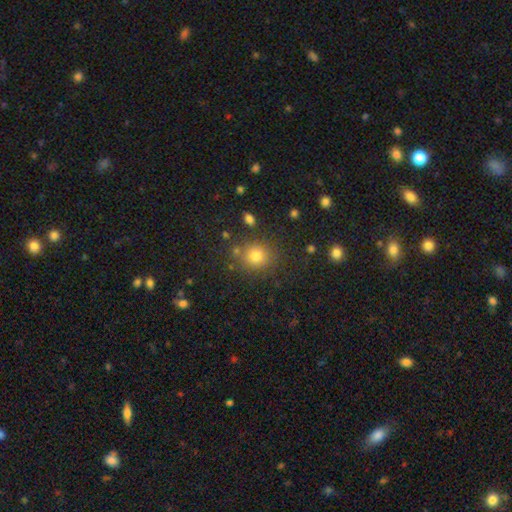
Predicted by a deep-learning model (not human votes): The model was most divided on "smooth or featured": smooth: 79%, star or artifact: 14%, featured or disk: 7%. More confident: how rounded — round (82%); merging — none (81%).